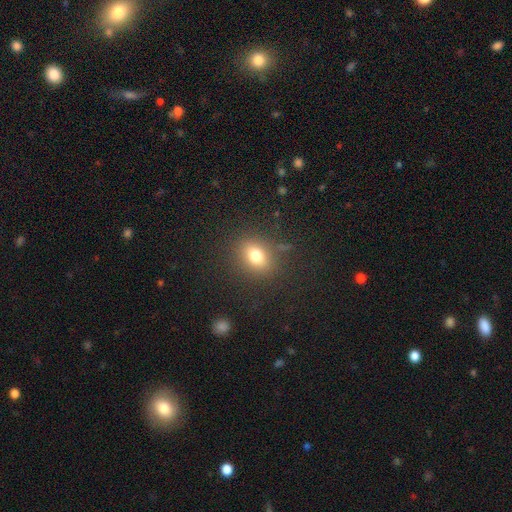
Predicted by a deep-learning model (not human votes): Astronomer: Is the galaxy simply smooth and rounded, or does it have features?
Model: smooth — 77%.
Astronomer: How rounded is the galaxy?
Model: in between — 54% (runner-up: round, 45%).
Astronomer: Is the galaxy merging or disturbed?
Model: none — 82%.